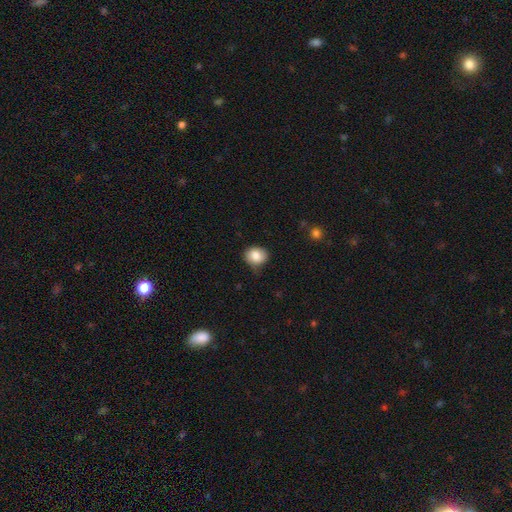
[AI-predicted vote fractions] The model was most divided on "how rounded": round: 65%, in between: 34%, cigar-shaped: 1%. More confident: smooth or featured — smooth (85%); merging — none (69%).